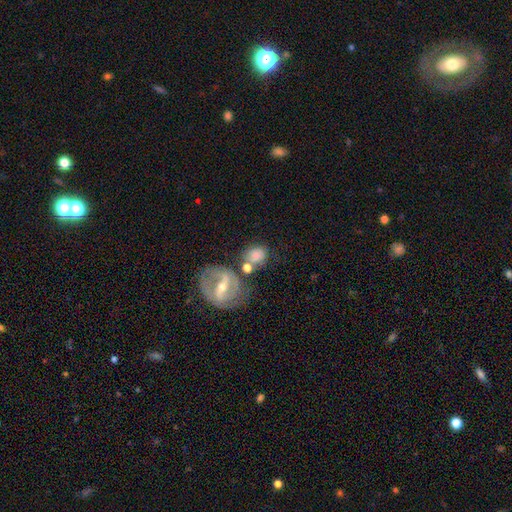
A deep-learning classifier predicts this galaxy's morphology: This appears to be a smooth galaxy with no disk features (58%) that is round (61%). Merging: none (52%).